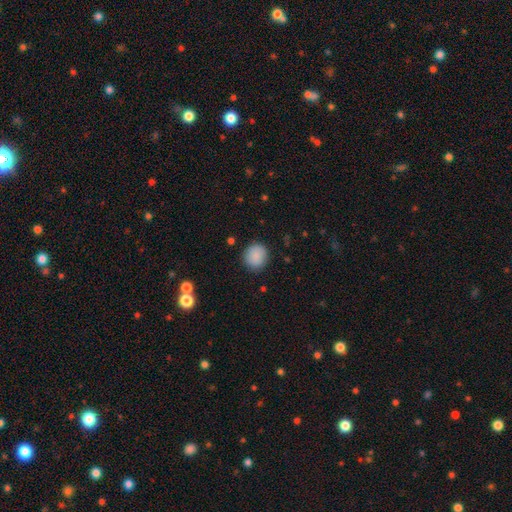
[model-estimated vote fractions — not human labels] Smooth or featured?
  - smooth: 88% *
  - star or artifact: 8%
  - featured or disk: 4%
How rounded?
  - round: 88% *
  - in between: 11%
  - cigar-shaped: 1%
Merging?
  - none: 88% *
  - minor disturbance: 8%
  - major disturbance: 2%
  - merger: 1%